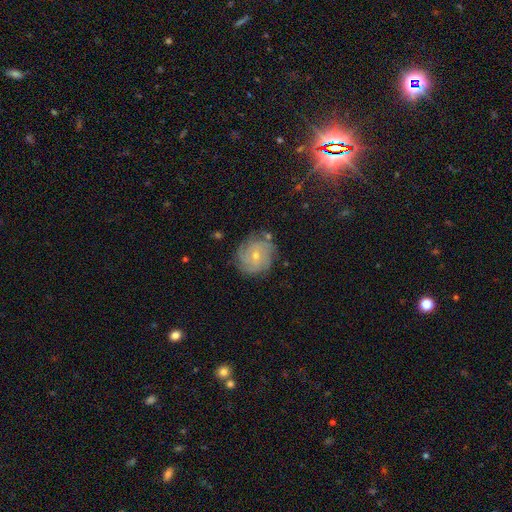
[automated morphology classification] Q: Smooth or featured?
A: featured or disk (75%); runner-up: smooth (17%)
Q: Edge-on disk?
A: no (97%); runner-up: yes (3%)
Q: Bar?
A: no (65%); runner-up: weak (30%)
Q: Spiral arms?
A: yes (93%); runner-up: no (7%)
Q: Spiral winding?
A: tight (70%); runner-up: medium (24%)
Q: Spiral arm count?
A: can't tell (33%); runner-up: 3 (22%)
Q: Bulge size?
A: small (53%); runner-up: moderate (44%)
Q: Merging?
A: none (77%); runner-up: minor disturbance (15%)